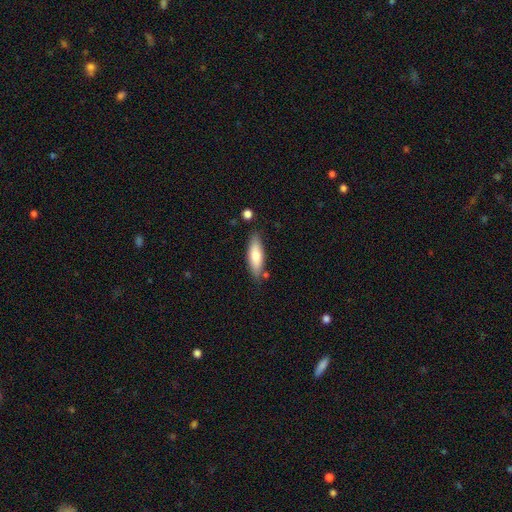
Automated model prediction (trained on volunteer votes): Smooth or featured? Predicted: smooth (p=0.71). How rounded? Predicted: in between (p=0.51). Merging? Predicted: none (p=0.78).